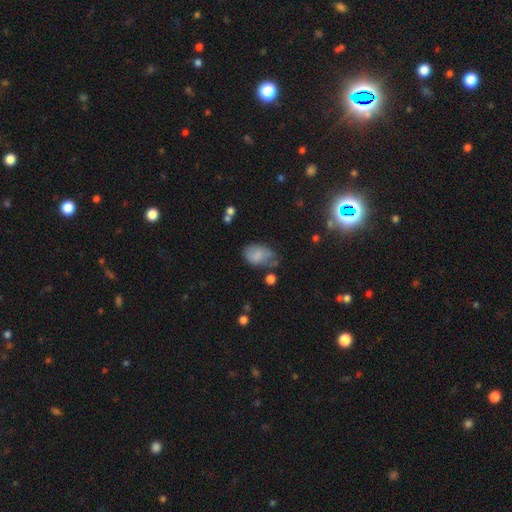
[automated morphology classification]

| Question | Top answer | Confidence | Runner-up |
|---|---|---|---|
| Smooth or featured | smooth | 71% | featured or disk (19%) |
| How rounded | in between | 85% | round (14%) |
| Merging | none | 46% | minor disturbance (33%) |